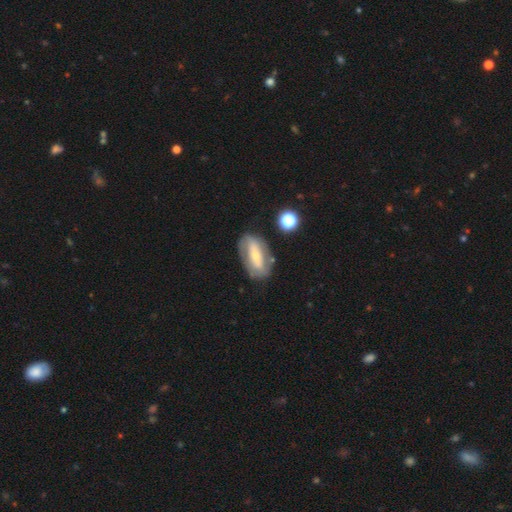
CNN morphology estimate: This is likely a featured or disk galaxy (60%). It is clearly not viewed edge-on (88%). Bar: possibly strong (45%). Spiral arm pattern: possibly yes (51%). Central bulge: possibly small (56%). Merging: likely none (72%).